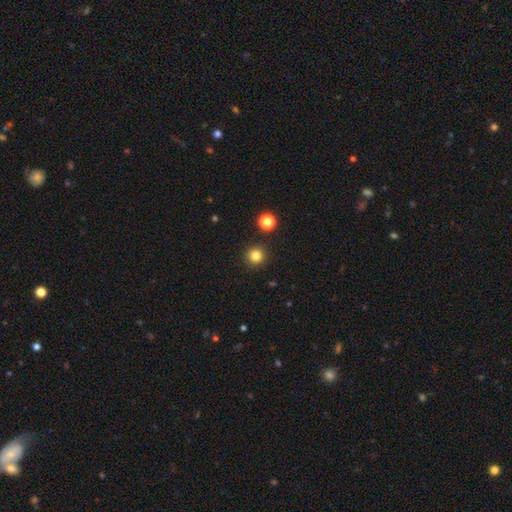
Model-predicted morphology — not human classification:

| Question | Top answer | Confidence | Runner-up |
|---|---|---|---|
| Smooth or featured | smooth | 83% | star or artifact (13%) |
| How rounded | round | 95% | in between (4%) |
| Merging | none | 91% | minor disturbance (5%) |